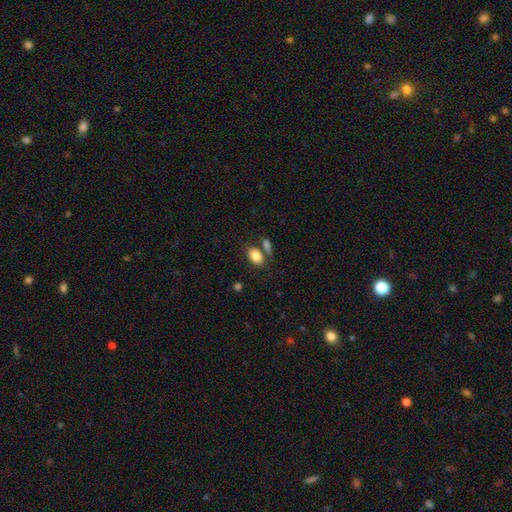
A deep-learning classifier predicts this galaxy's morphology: Q: Smooth or featured?
A: smooth (84%); runner-up: star or artifact (8%)
Q: How rounded?
A: in between (87%); runner-up: round (12%)
Q: Merging?
A: none (63%); runner-up: merger (20%)